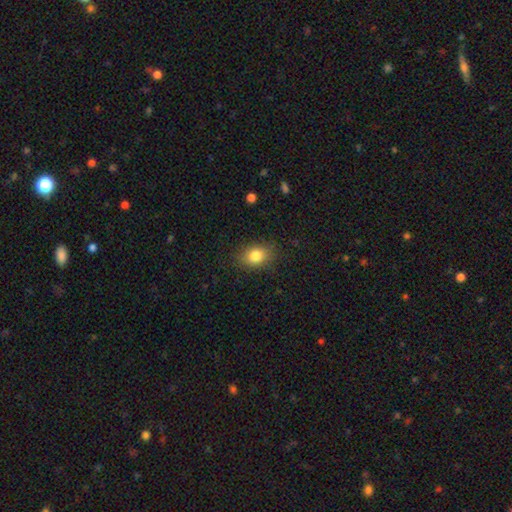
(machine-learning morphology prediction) Smooth or featured?
  - smooth: 83% *
  - star or artifact: 10%
  - featured or disk: 8%
How rounded?
  - in between: 68% *
  - round: 30%
  - cigar-shaped: 1%
Merging?
  - none: 84% *
  - minor disturbance: 12%
  - major disturbance: 3%
  - merger: 1%